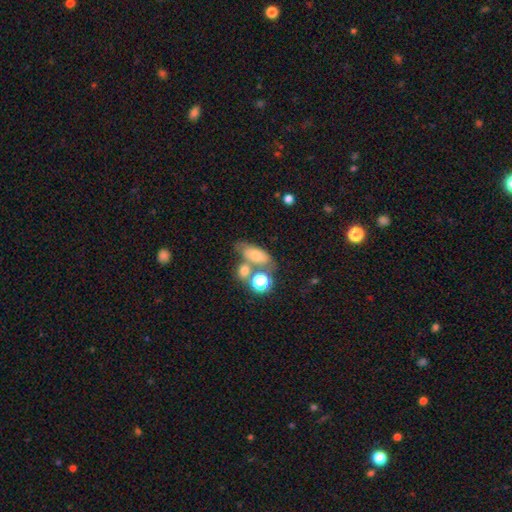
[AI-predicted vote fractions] smooth_or_featured: smooth (p=0.68) [alt: featured or disk p=0.18]
how_rounded: in between (p=0.77) [alt: round p=0.16]
merging: none (p=0.42) [alt: merger p=0.33]